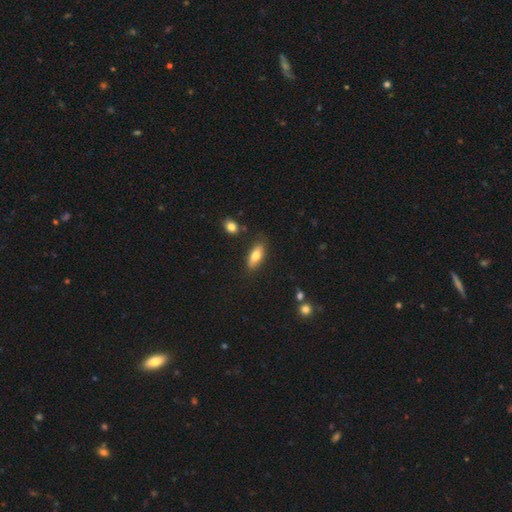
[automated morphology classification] Q: Smooth or featured?
A: smooth (74%); runner-up: featured or disk (19%)
Q: How rounded?
A: in between (73%); runner-up: cigar-shaped (24%)
Q: Merging?
A: none (81%); runner-up: minor disturbance (13%)